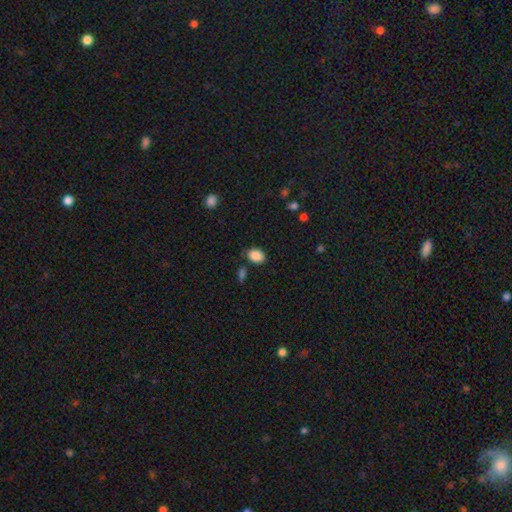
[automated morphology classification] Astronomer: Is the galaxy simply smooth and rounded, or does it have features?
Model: smooth — 88%.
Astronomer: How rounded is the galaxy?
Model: in between — 76%.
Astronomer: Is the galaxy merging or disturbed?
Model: none — 76%.